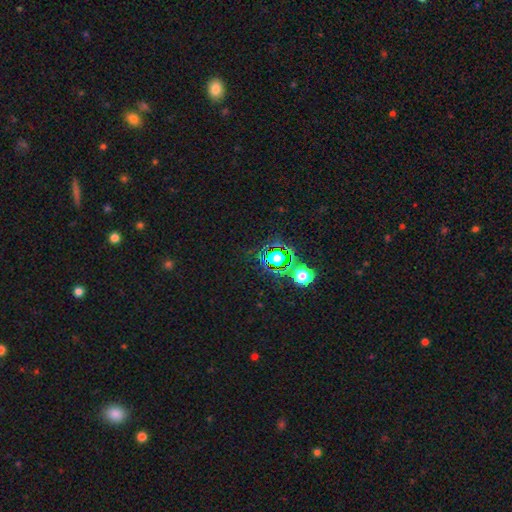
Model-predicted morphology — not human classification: Q: Smooth or featured?
A: star or artifact (74%); runner-up: smooth (18%)